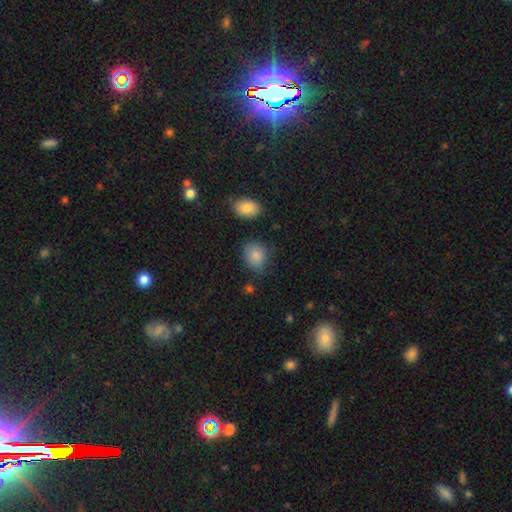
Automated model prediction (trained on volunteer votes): A smooth galaxy with no disk features (85%) that is round (54%). Merging: none (66%).